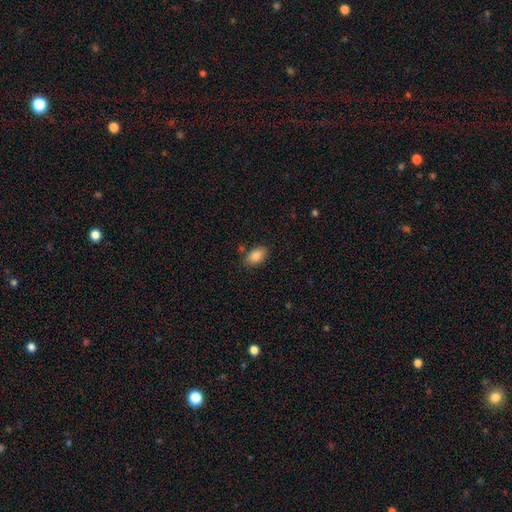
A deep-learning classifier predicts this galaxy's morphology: type=smooth (86%); roundness=in between (89%); merging=none (81%).